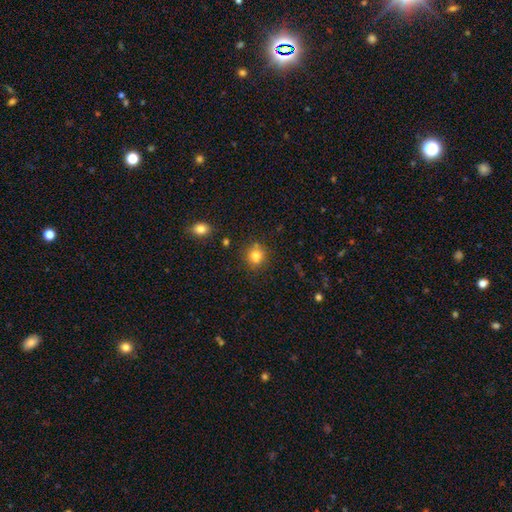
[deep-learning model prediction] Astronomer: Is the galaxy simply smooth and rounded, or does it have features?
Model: smooth — 79%.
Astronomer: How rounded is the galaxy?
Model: round — 78%.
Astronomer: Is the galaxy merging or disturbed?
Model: none — 71%.